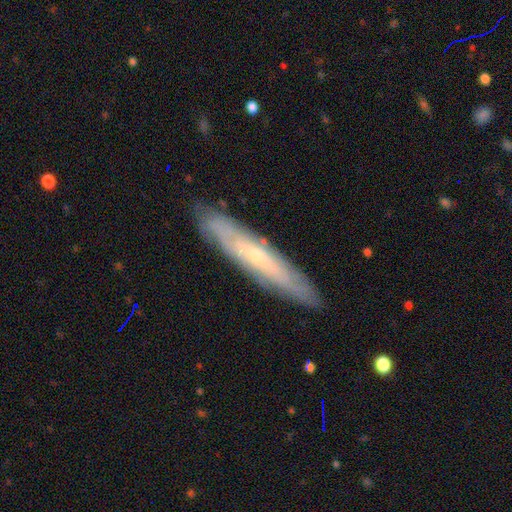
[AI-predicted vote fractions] The model was most divided on "edge-on disk": yes: 61%, no: 39%. More confident: merging — none (86%); smooth or featured — featured or disk (63%).